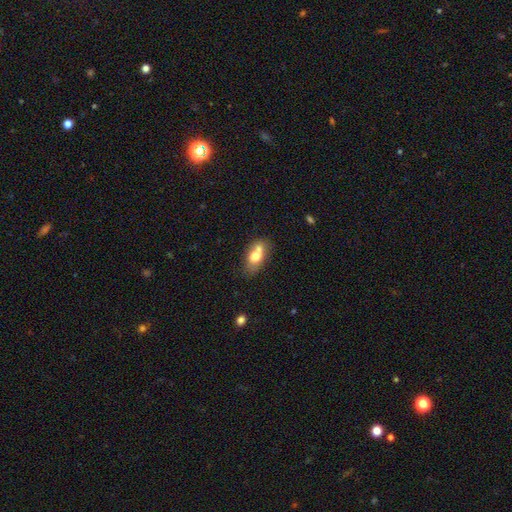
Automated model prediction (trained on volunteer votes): A smooth galaxy with no disk features (69%) that is in between round and cigar-shaped (80%). Merging: merger (42%).